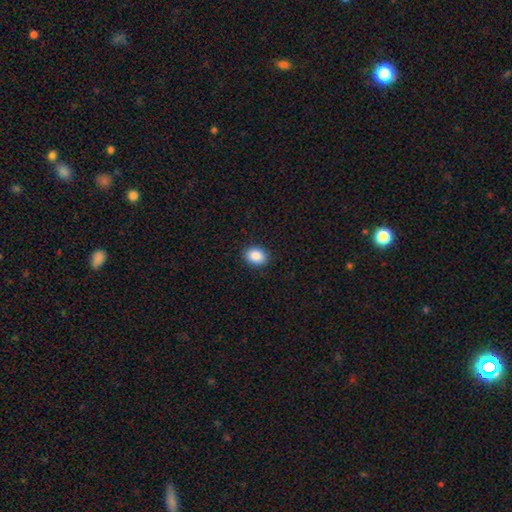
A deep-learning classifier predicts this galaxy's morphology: Overall: smooth (89%). How rounded: in between (63%; round 36%). Merging: none (89%).